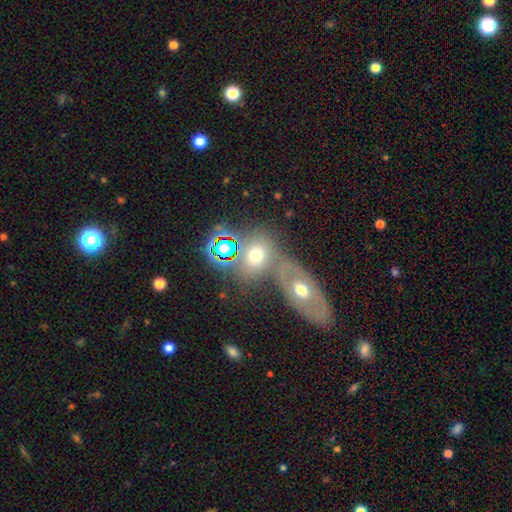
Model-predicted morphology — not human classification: Smooth or featured? Predicted: smooth (p=0.58). How rounded? Predicted: round (p=0.50). Merging? Predicted: none (p=0.44).